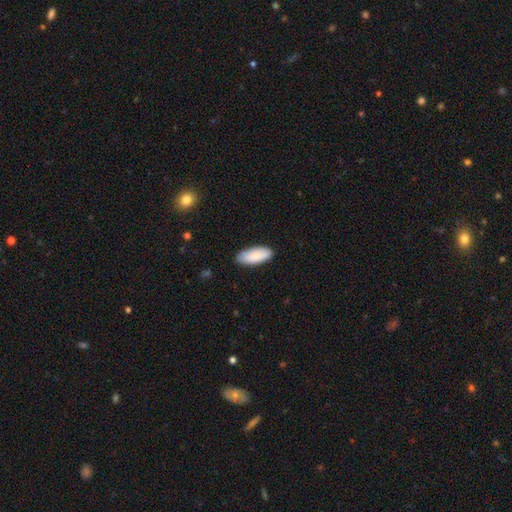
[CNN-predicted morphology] type=smooth (84%); roundness=in between (84%); merging=none (84%).